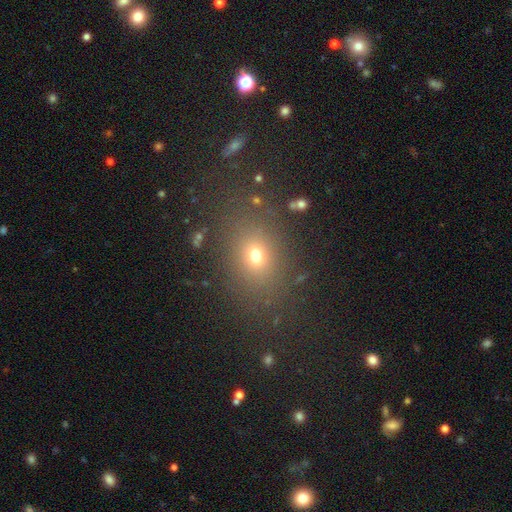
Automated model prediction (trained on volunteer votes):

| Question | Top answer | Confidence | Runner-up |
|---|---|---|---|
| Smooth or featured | smooth | 69% | star or artifact (21%) |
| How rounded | in between | 56% | round (42%) |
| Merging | none | 81% | minor disturbance (11%) |